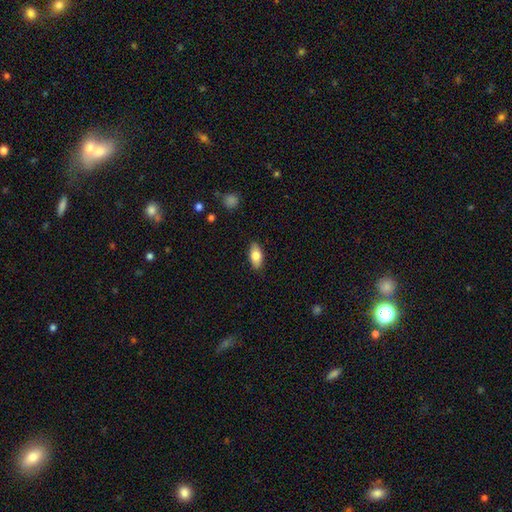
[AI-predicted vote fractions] This appears to be a smooth galaxy with no disk features (79%) that is in between round and cigar-shaped (88%). Merging: none (87%).